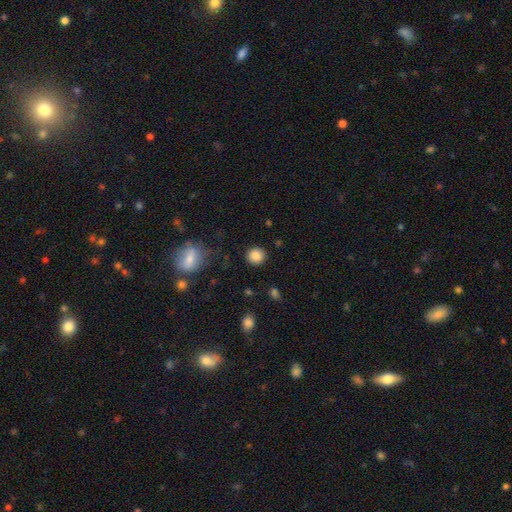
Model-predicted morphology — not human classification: The model was most divided on "smooth or featured": smooth: 85%, star or artifact: 10%, featured or disk: 5%. More confident: merging — none (89%); how rounded — round (88%).